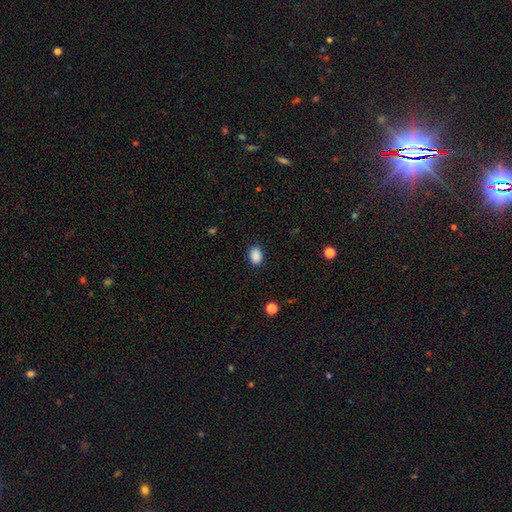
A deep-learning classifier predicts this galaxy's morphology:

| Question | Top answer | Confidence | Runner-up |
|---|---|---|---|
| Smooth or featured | smooth | 89% | star or artifact (9%) |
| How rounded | in between | 78% | round (21%) |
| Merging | none | 87% | minor disturbance (10%) |